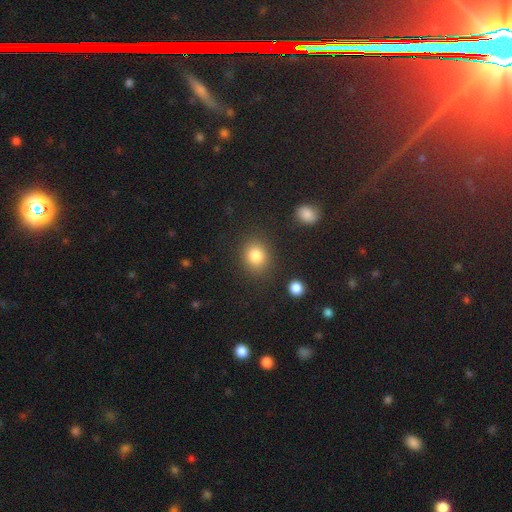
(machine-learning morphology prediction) A smooth galaxy with no disk features (83%) that is round (69%). Merging: none (85%).